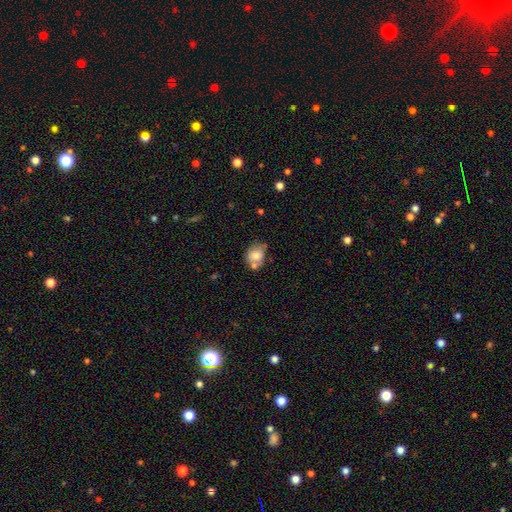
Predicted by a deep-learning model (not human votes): Smooth or featured? Predicted: smooth (p=0.73). How rounded? Predicted: in between (p=0.55). Merging? Predicted: none (p=0.48).